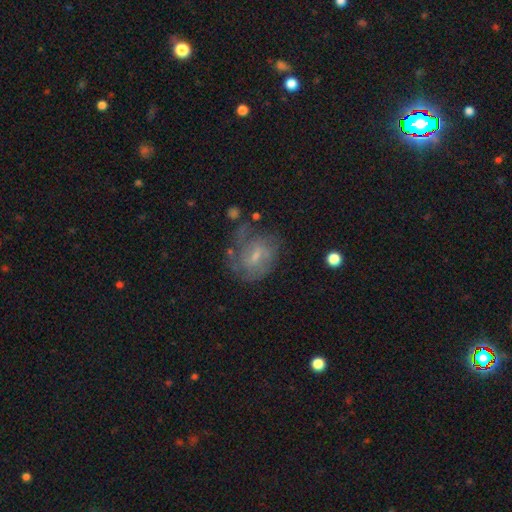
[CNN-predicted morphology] Smooth or featured?
  - featured or disk: 63% *
  - smooth: 27%
  - star or artifact: 10%
Edge-on disk?
  - no: 97% *
  - yes: 3%
Bar?
  - weak: 58% *
  - no: 30%
  - strong: 12%
Spiral arms?
  - yes: 71% *
  - no: 29%
Bulge size?
  - small: 57% *
  - moderate: 28%
  - none: 12%
  - large: 2%
  - dominant: 1%
Merging?
  - none: 51% *
  - minor disturbance: 24%
  - major disturbance: 20%
  - merger: 5%